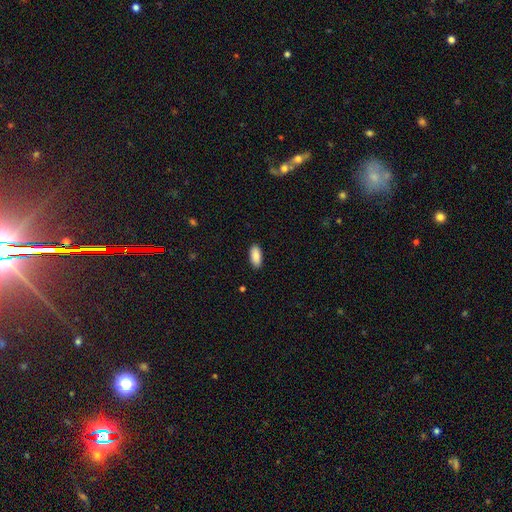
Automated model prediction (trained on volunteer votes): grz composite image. It shows a smooth galaxy with no disk features (89%) that is in between round and cigar-shaped (90%). Merging: none (89%).